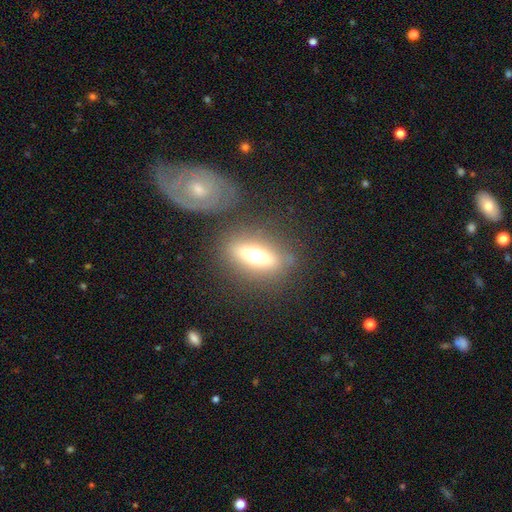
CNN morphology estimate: type=smooth (45%); merging=none (79%).